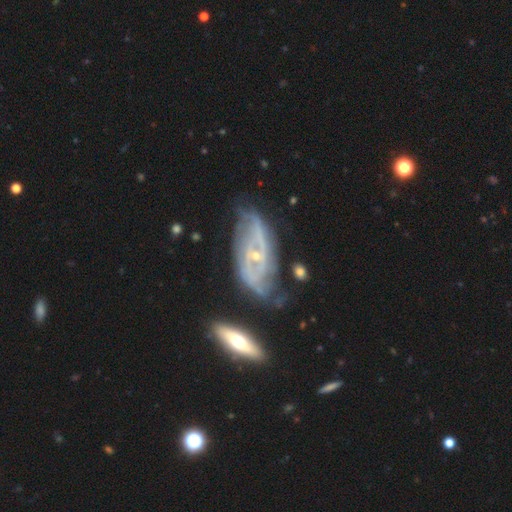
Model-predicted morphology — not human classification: Smooth or featured?
  - featured or disk: 83% *
  - smooth: 10%
  - star or artifact: 7%
Edge-on disk?
  - no: 91% *
  - yes: 9%
Bar?
  - no: 47% *
  - weak: 36%
  - strong: 17%
Spiral arms?
  - yes: 88% *
  - no: 12%
Spiral winding?
  - tight: 41% *
  - medium: 38%
  - loose: 21%
Spiral arm count?
  - 2: 46% *
  - can't tell: 32%
  - 3: 11%
  - 4: 5%
  - 1: 4%
  - more than 4: 3%
Bulge size?
  - small: 76% *
  - moderate: 20%
  - none: 2%
  - large: 1%
  - dominant: 1%
Merging?
  - none: 54% *
  - minor disturbance: 25%
  - major disturbance: 14%
  - merger: 7%